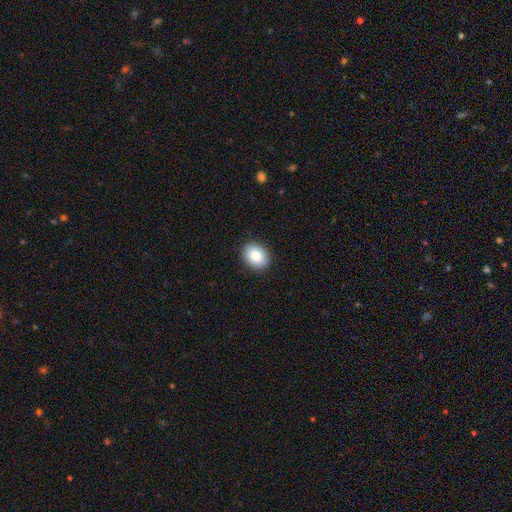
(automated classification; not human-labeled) smooth 85%, star or artifact 8%, featured or disk 8%. Down the decision tree: how rounded — in between (60%); merging — none (90%).